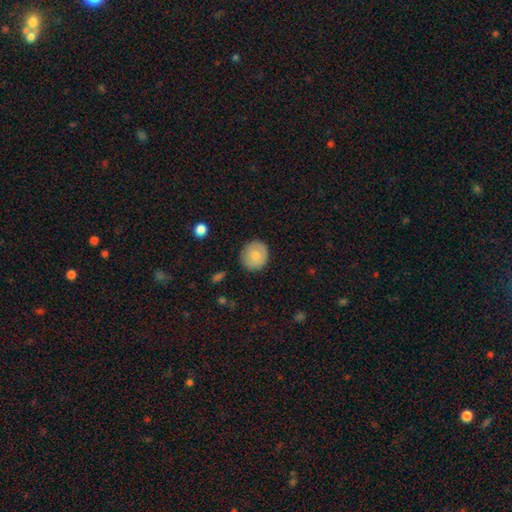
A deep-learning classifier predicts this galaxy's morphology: smooth 78%, featured or disk 15%, star or artifact 7%. Down the decision tree: how rounded — round (87%); merging — none (86%).